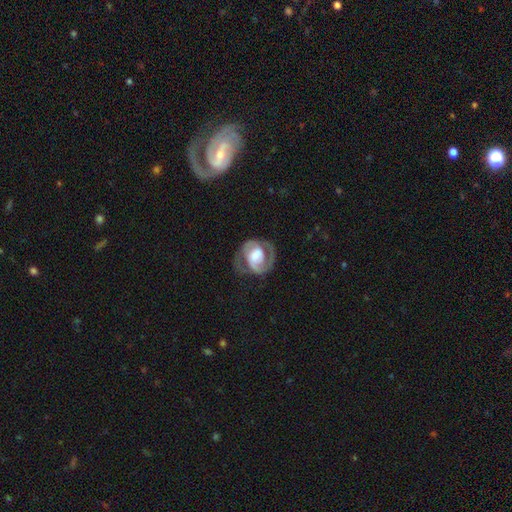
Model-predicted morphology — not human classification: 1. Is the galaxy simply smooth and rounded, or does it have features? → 77% featured or disk, 17% smooth, 6% star or artifact.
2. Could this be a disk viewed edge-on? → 97% no, 3% yes.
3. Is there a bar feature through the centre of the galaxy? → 47% no, 36% weak, 17% strong.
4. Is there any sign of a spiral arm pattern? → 86% yes, 14% no.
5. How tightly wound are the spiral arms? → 44% tight, 41% medium, 15% loose.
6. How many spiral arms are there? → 72% 2, 15% 1, 9% can't tell, 2% 3, 1% 4, 1% more than 4.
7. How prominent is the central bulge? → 44% large, 24% moderate, 13% small, 11% none, 8% dominant.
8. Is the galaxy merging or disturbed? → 55% none, 22% minor disturbance, 22% major disturbance, 2% merger.